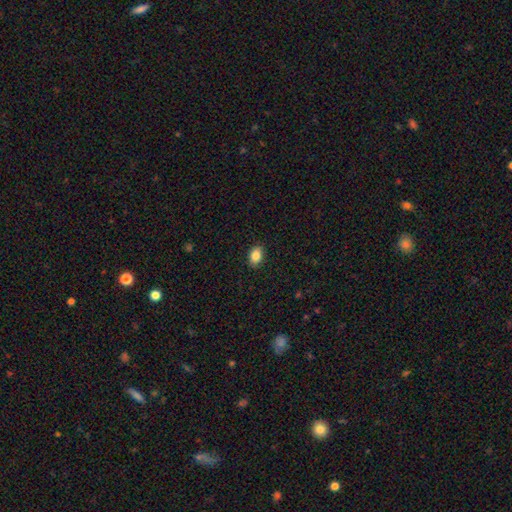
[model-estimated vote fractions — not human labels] smooth 86%, star or artifact 8%, featured or disk 5%. Down the decision tree: how rounded — in between (81%); merging — none (90%).